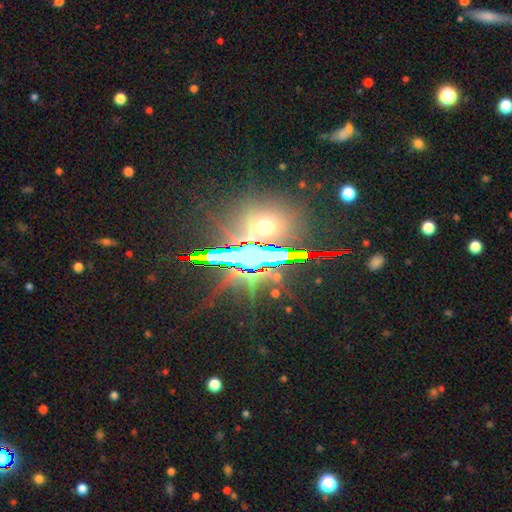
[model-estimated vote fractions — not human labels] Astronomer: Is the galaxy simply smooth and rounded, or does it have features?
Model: star or artifact — 81%.